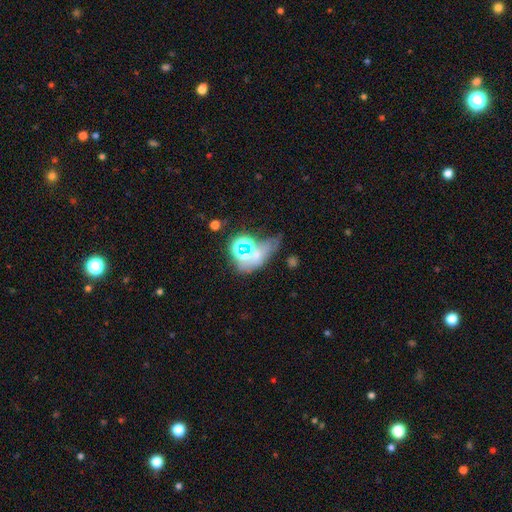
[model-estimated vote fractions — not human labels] Smooth or featured?
  - star or artifact: 41% *
  - smooth: 39%
  - featured or disk: 20%